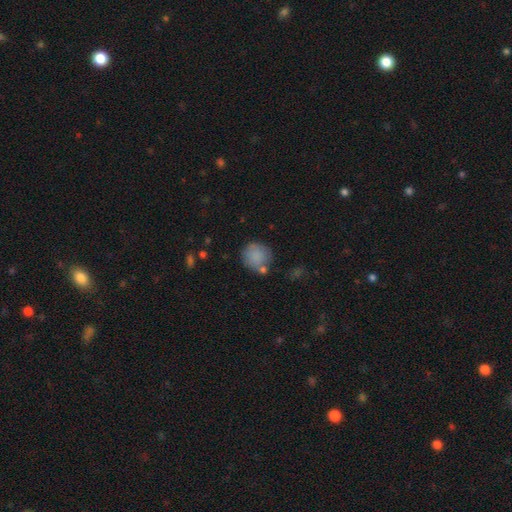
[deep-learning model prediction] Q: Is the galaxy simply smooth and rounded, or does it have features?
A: smooth — 84%.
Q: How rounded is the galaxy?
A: round — 87%.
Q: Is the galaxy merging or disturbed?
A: none — 65%.